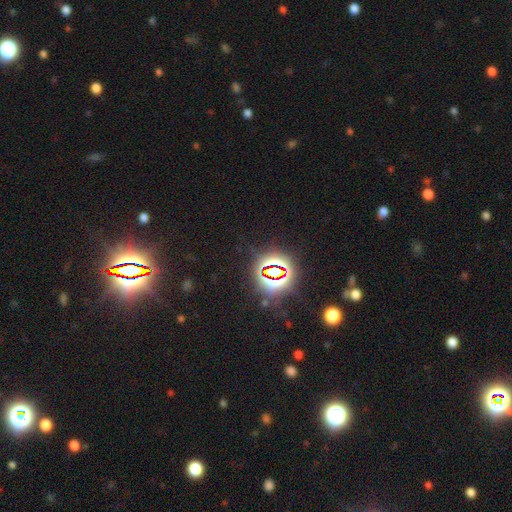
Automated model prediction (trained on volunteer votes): Smooth or featured: star or artifact — 83% (smooth — 9%)